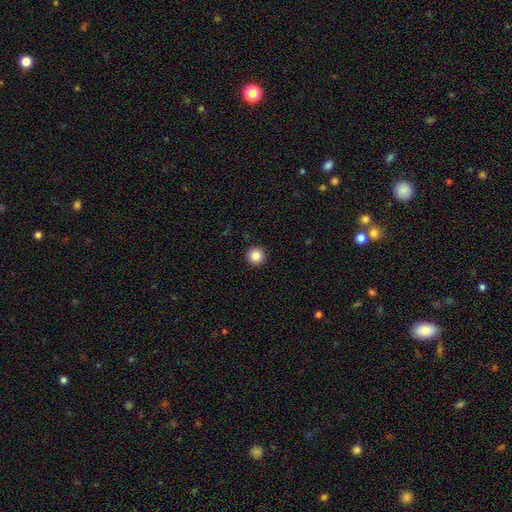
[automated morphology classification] Overall: smooth (86%). How rounded: round (96%). Merging: none (93%).